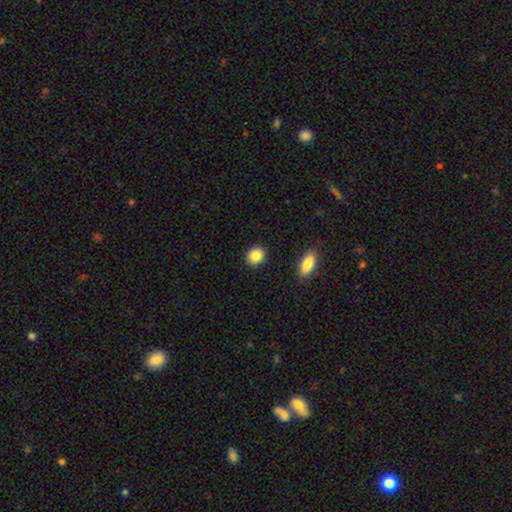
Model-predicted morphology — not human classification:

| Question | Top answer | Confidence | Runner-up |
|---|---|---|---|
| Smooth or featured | smooth | 87% | star or artifact (8%) |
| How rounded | round | 66% | in between (32%) |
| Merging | none | 90% | minor disturbance (6%) |